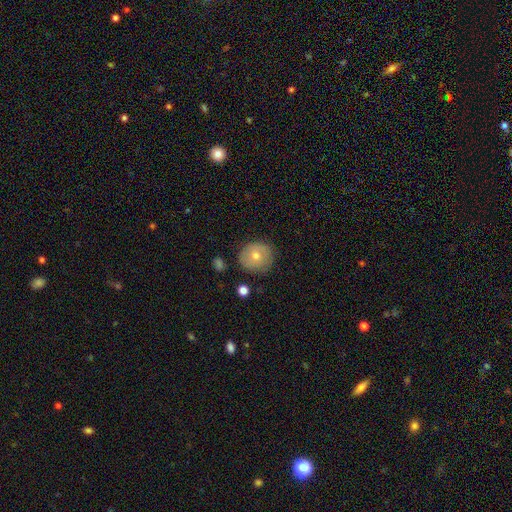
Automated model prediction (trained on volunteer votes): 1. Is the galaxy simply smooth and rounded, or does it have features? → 62% smooth, 28% featured or disk, 10% star or artifact.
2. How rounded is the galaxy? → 84% round, 15% in between, 1% cigar-shaped.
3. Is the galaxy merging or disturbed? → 83% none, 12% minor disturbance, 3% major disturbance, 2% merger.